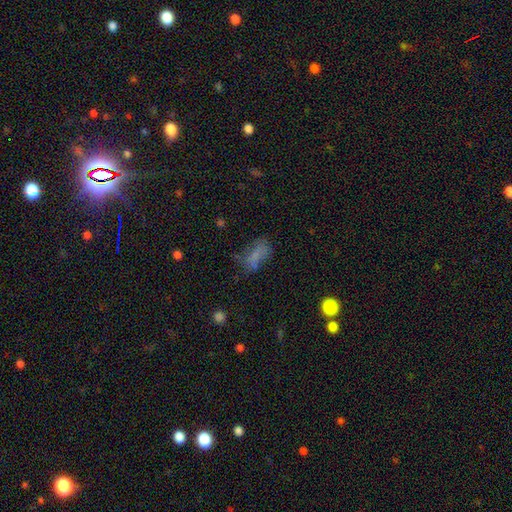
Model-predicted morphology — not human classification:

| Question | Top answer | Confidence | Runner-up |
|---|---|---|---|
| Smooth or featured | smooth | 65% | featured or disk (18%) |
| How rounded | in between | 84% | cigar-shaped (11%) |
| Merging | none | 46% | minor disturbance (26%) |